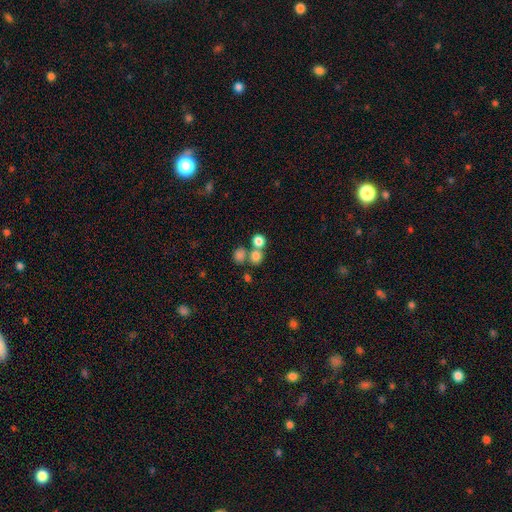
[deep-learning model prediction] This appears to be a smooth galaxy with no disk features (76%) that is round (81%). Merging: none (51%).